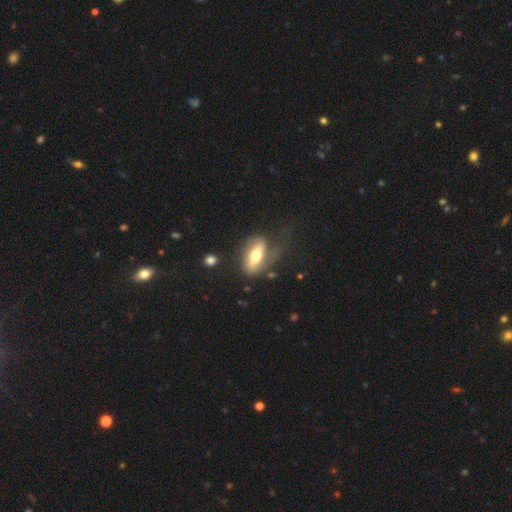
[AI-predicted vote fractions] Q: Smooth or featured?
A: featured or disk (48%); runner-up: smooth (46%)
Q: Merging?
A: none (47%); runner-up: major disturbance (26%)